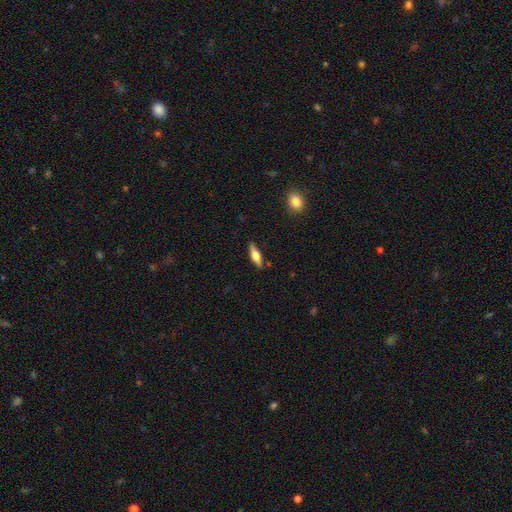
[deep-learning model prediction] This is possibly a smooth galaxy (53%). How rounded: possibly cigar-shaped (51%). Merging: clearly none (85%).